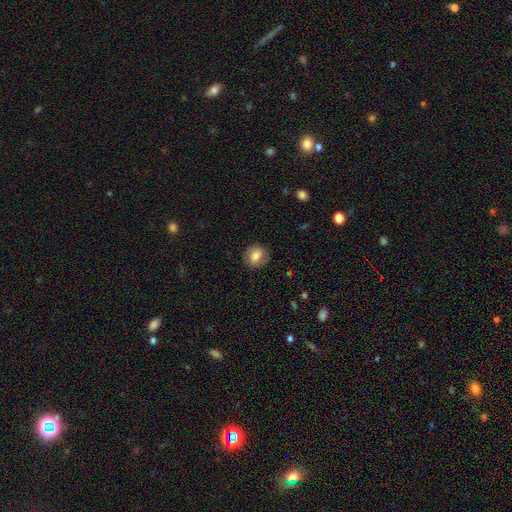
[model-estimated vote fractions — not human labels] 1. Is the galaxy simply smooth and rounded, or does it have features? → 75% smooth, 17% featured or disk, 8% star or artifact.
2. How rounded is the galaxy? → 74% round, 25% in between, 1% cigar-shaped.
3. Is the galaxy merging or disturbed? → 83% none, 12% minor disturbance, 4% major disturbance, 1% merger.